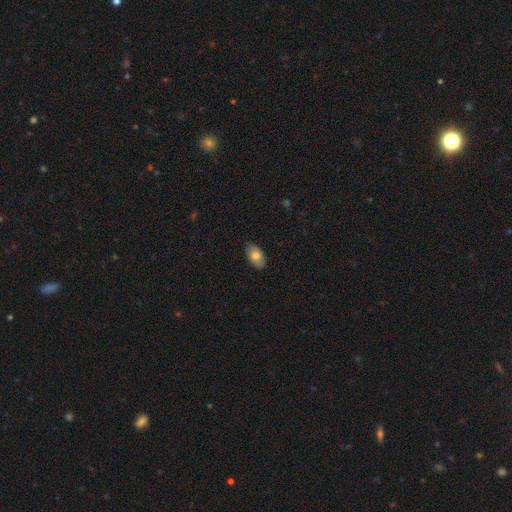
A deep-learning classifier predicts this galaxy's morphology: The model was most divided on "smooth or featured": smooth: 74%, featured or disk: 19%, star or artifact: 7%. More confident: how rounded — in between (93%); merging — none (85%).